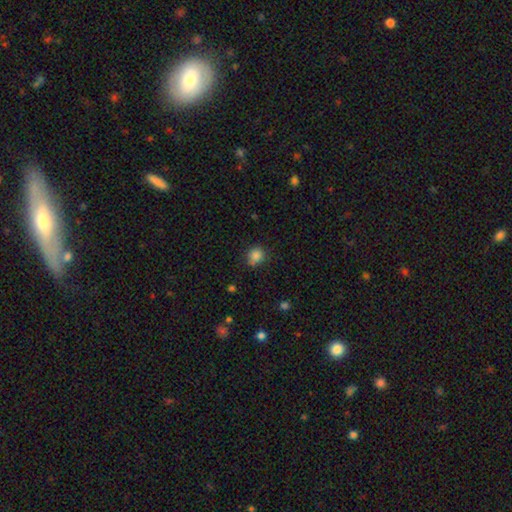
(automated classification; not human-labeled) Overall: smooth (84%). How rounded: round (80%). Merging: none (69%).